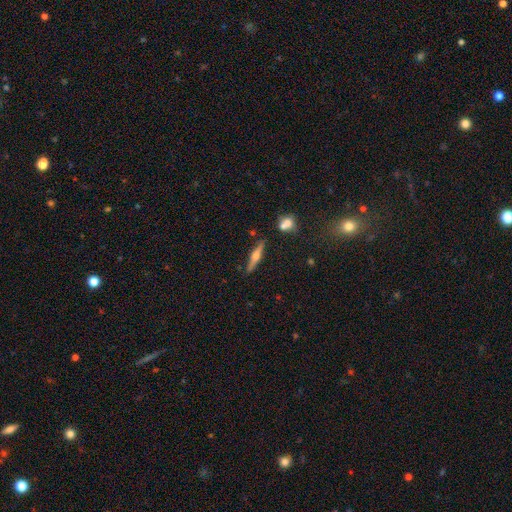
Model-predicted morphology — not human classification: A featured or disk galaxy (63%) viewed edge-on (97%) with a rounded central bulge (89%). Merging: none (86%).